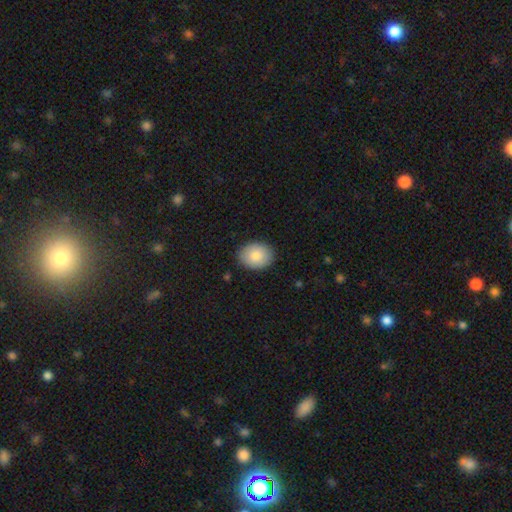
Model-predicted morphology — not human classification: Smooth or featured? Predicted: smooth (p=0.84). How rounded? Predicted: in between (p=0.52). Merging? Predicted: none (p=0.88).